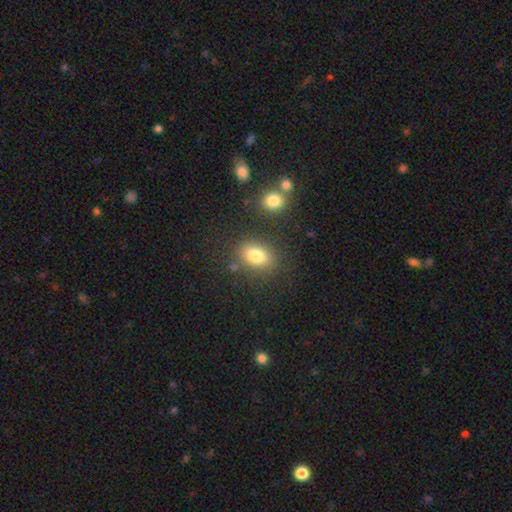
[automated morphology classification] Overall: smooth (81%). How rounded: in between (74%). Merging: none (78%).